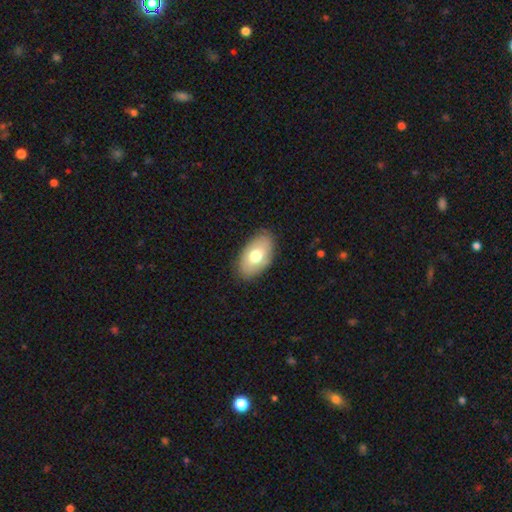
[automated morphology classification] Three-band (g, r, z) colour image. It shows a smooth galaxy with no disk features (69%) that is in between round and cigar-shaped (93%). Merging: none (83%).